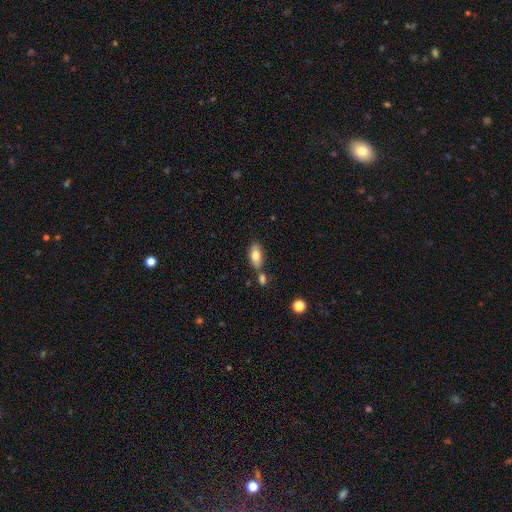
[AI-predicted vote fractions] Smooth or featured? Predicted: smooth (p=0.78). How rounded? Predicted: in between (p=0.88). Merging? Predicted: none (p=0.65).